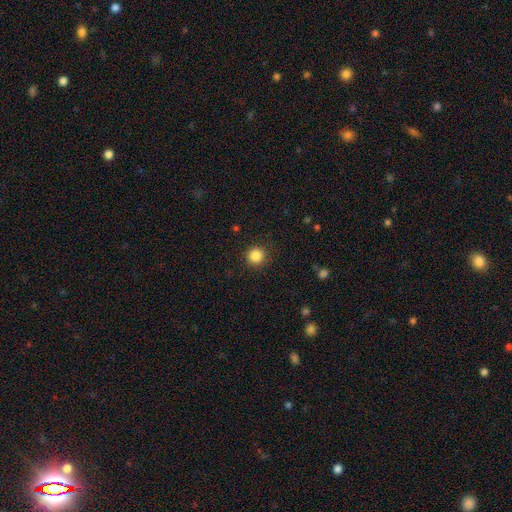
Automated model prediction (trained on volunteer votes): Smooth or featured?
  - smooth: 86% *
  - star or artifact: 11%
  - featured or disk: 4%
How rounded?
  - round: 95% *
  - in between: 4%
  - cigar-shaped: 1%
Merging?
  - none: 91% *
  - minor disturbance: 6%
  - major disturbance: 2%
  - merger: 1%